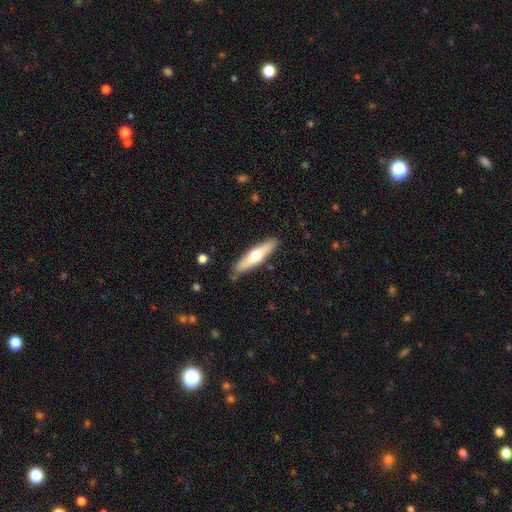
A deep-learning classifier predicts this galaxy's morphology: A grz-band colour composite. It shows a smooth galaxy with no disk features (52%) that is cigar-shaped (78%). Merging: none (84%).